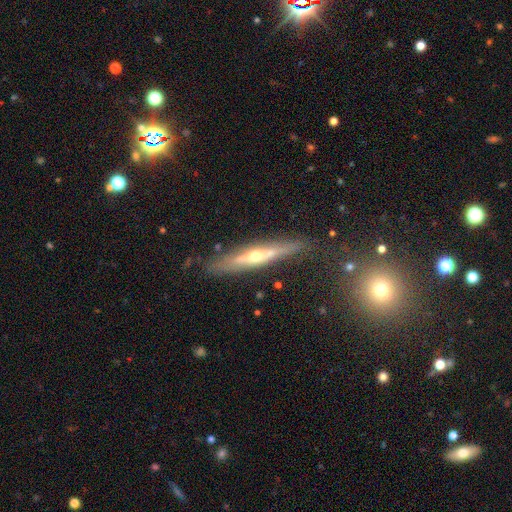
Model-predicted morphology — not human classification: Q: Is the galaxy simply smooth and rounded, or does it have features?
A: featured or disk — 70%.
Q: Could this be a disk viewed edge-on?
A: yes — 89%.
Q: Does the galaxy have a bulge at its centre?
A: rounded — 80%.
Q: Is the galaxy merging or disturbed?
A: none — 81%.